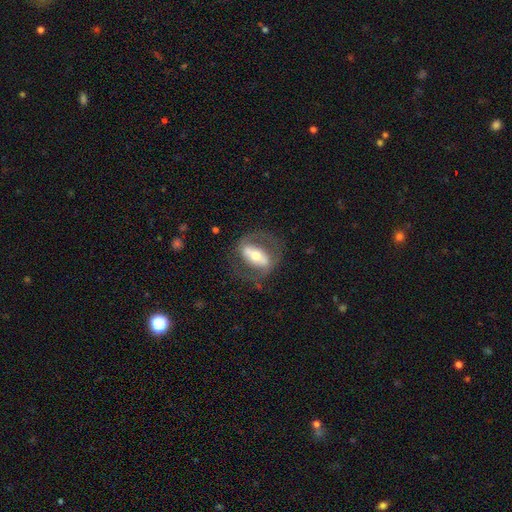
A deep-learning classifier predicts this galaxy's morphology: Smooth or featured?
  - featured or disk: 68% *
  - smooth: 26%
  - star or artifact: 6%
Edge-on disk?
  - no: 86% *
  - yes: 14%
Bar?
  - strong: 59% *
  - weak: 21%
  - no: 21%
Spiral arms?
  - yes: 54% *
  - no: 46%
Bulge size?
  - moderate: 61% *
  - small: 25%
  - large: 11%
  - dominant: 2%
  - none: 1%
Merging?
  - none: 63% *
  - major disturbance: 17%
  - minor disturbance: 17%
  - merger: 3%